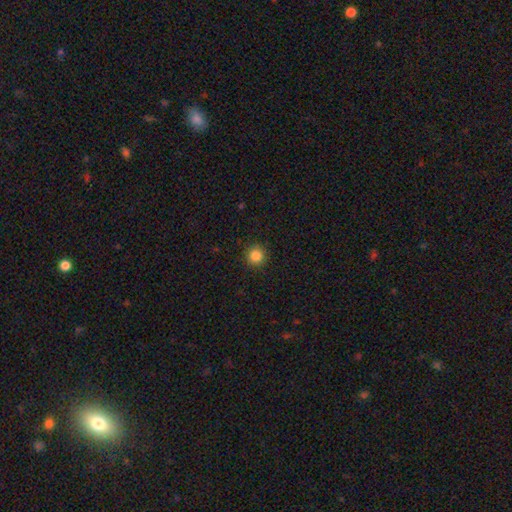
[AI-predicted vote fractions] Smooth or featured: smooth — 86% (star or artifact — 11%)
How rounded: round — 95% (in between — 4%)
Merging: none — 92% (minor disturbance — 5%)